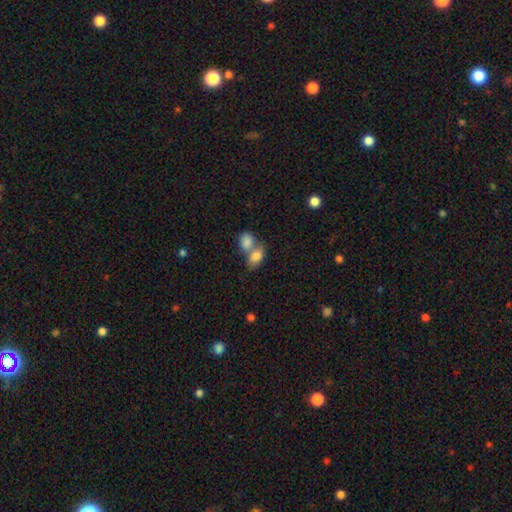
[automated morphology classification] A smooth galaxy with no disk features (82%) that is in between round and cigar-shaped (80%). Merging: merger (66%).